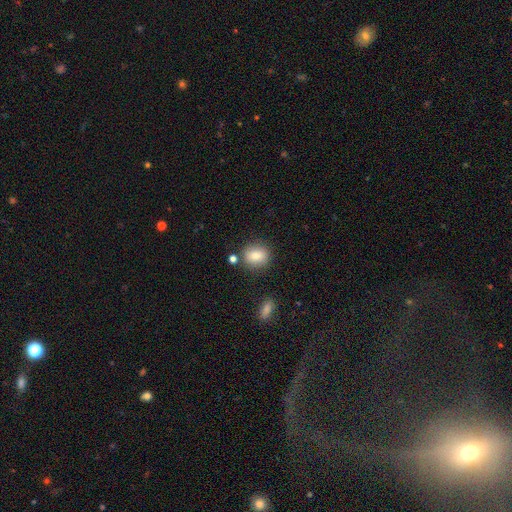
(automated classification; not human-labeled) Smooth or featured? Predicted: smooth (p=0.83). How rounded? Predicted: round (p=0.57). Merging? Predicted: none (p=0.80).